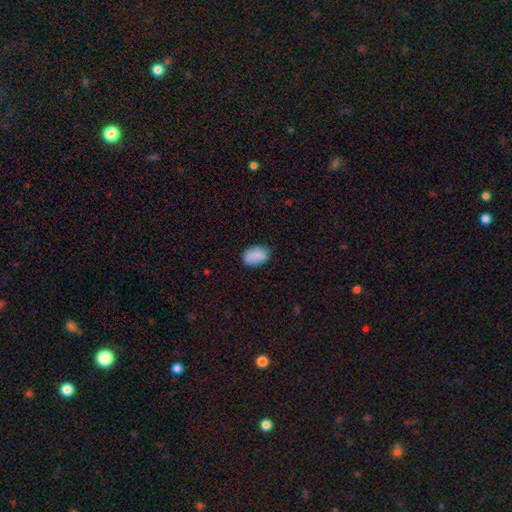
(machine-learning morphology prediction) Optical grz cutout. It shows a smooth galaxy with no disk features (84%) that is in between round and cigar-shaped (85%). Merging: none (69%).